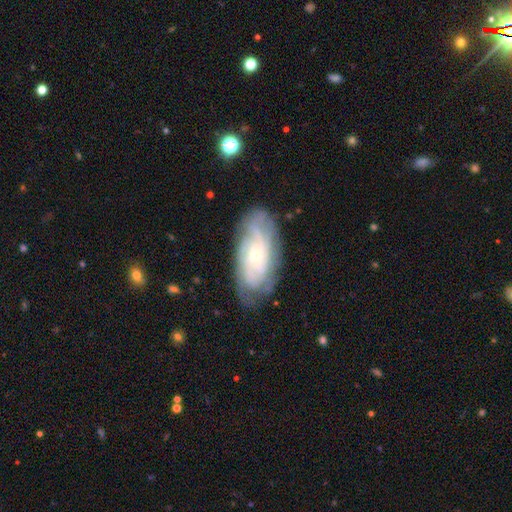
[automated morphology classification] A featured or disk galaxy (76%) with no bar (75%), tight (68%) spiral arms (91%) and a small central bulge (72%).

Vote fractions:
- Smooth or featured? featured or disk: 76% / smooth: 18% / star or artifact: 6%
- Edge-on disk? no: 93% / yes: 7%
- Bar? no: 75% / weak: 20% / strong: 4%
- Spiral arms? yes: 91% / no: 9%
- Spiral winding? tight: 68% / medium: 26% / loose: 7%
- Spiral arm count? can't tell: 47% / 4: 14% / 3: 14% / 2: 14% / more than 4: 6% / 1: 4%
- Bulge size? small: 72% / moderate: 24% / large: 2% / none: 2% / dominant: 1%
- Merging? none: 75% / minor disturbance: 18% / major disturbance: 5% / merger: 1%